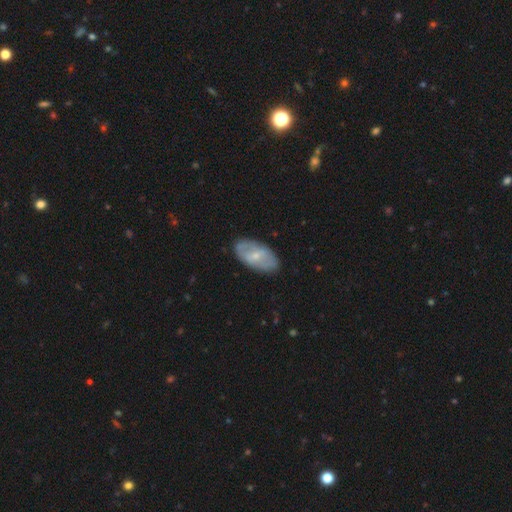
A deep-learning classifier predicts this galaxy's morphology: This appears to be a featured or disk galaxy (47%, tied with smooth). Merging: none (80%).